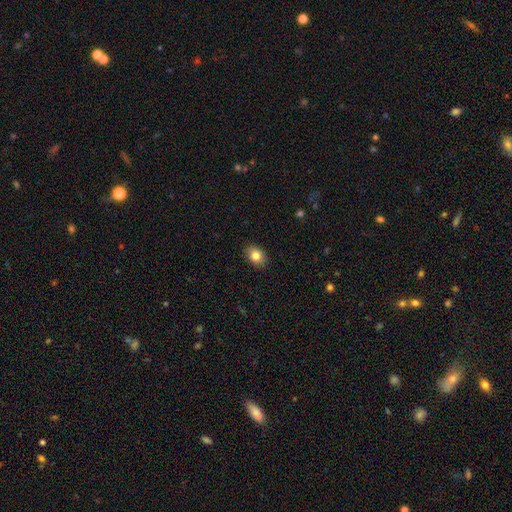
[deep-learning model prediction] smooth-or-featured: smooth: 83% | star or artifact: 9% | featured or disk: 8%
  how-rounded: in between: 71% | round: 28% | cigar-shaped: 1%
  merging: none: 89% | minor disturbance: 8% | major disturbance: 2% | merger: 1%